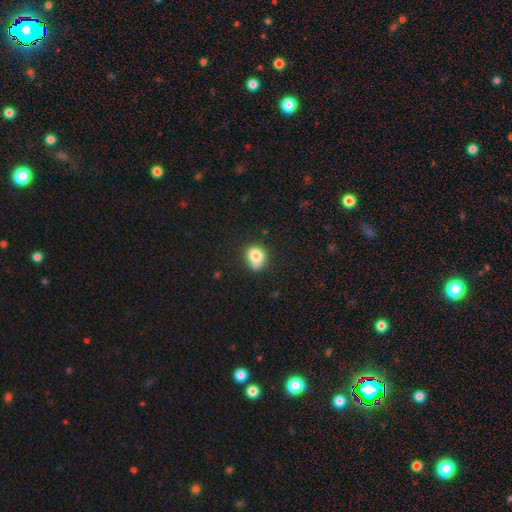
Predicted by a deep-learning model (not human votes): A smooth galaxy with no disk features (80%) that is round (68%). Merging: none (53%).